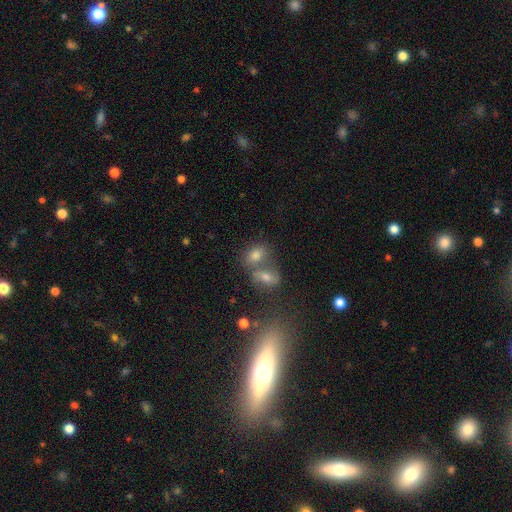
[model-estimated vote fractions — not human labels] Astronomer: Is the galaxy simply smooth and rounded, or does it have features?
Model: smooth — 69%.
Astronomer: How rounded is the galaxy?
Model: in between — 74%.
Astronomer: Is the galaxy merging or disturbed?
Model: merger — 45% (runner-up: none, 42%).